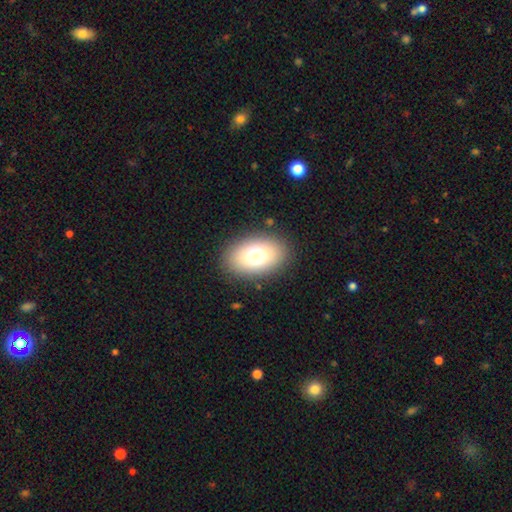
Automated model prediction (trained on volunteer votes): This is likely a smooth galaxy (74%). How rounded: clearly in between (83%). Merging: clearly none (87%).